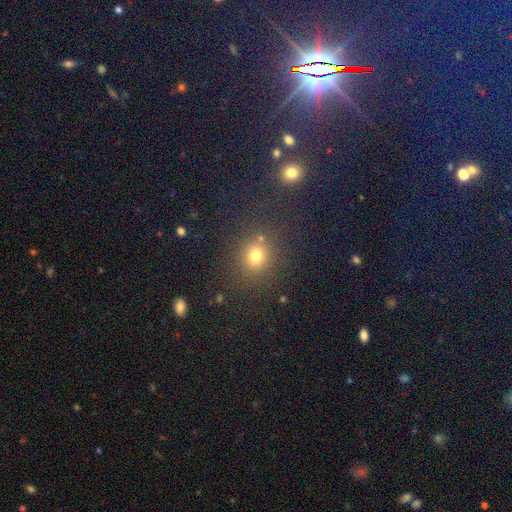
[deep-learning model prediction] smooth-or-featured: smooth: 73% | star or artifact: 21% | featured or disk: 6%
  how-rounded: round: 80% | in between: 19% | cigar-shaped: 1%
  merging: none: 79% | minor disturbance: 9% | merger: 8% | major disturbance: 4%